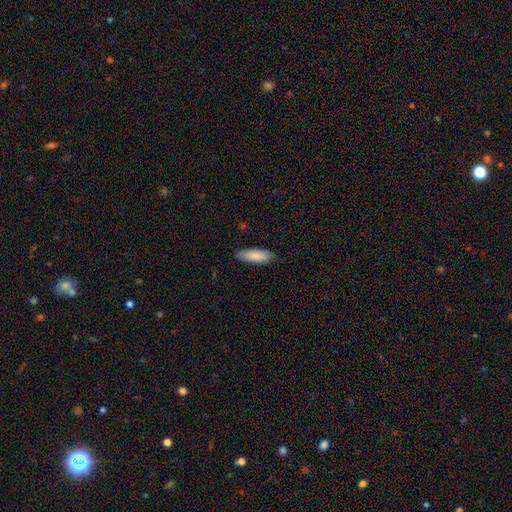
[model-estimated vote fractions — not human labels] smooth_or_featured: smooth (p=0.86) [alt: featured or disk p=0.09]
how_rounded: in between (p=0.57) [alt: cigar-shaped p=0.42]
merging: none (p=0.85) [alt: minor disturbance p=0.12]